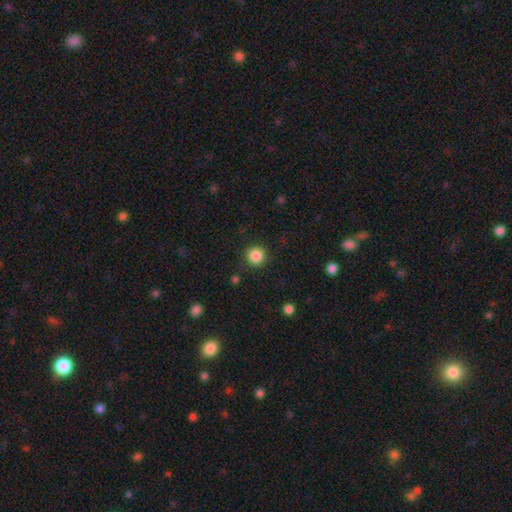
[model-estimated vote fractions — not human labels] smooth 86%, star or artifact 10%, featured or disk 4%. Down the decision tree: how rounded — round (94%); merging — none (88%).